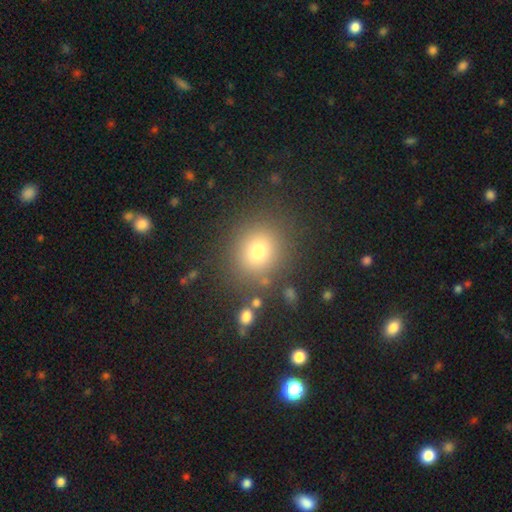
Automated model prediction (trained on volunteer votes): Morphology: type=smooth (74%); roundness=round (80%); merging=none (83%).